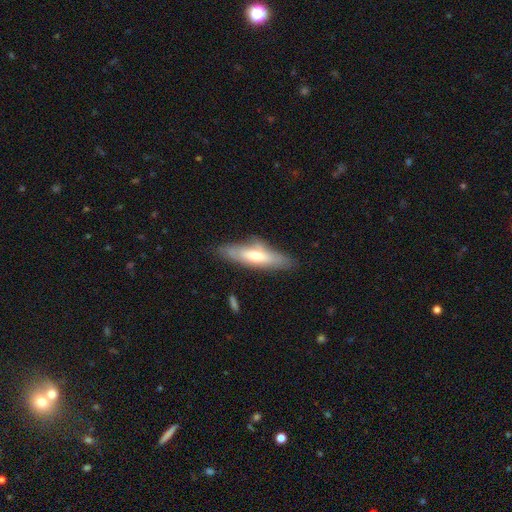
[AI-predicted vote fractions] A smooth galaxy with no disk features (47%). Merging: none (74%).